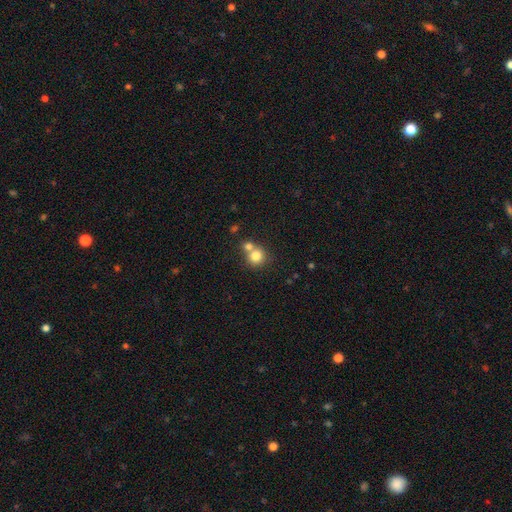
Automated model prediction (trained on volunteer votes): This is likely a smooth galaxy (80%). How rounded: clearly round (89%). Merging: possibly none (49%).